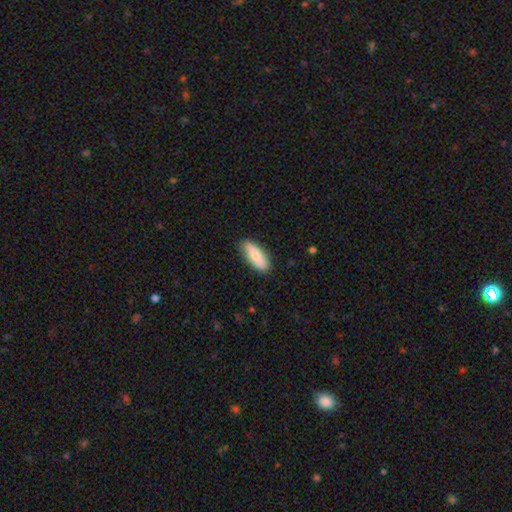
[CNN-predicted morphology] Smooth or featured? smooth (85%)
How rounded? in between (66%)
Merging? none (81%)